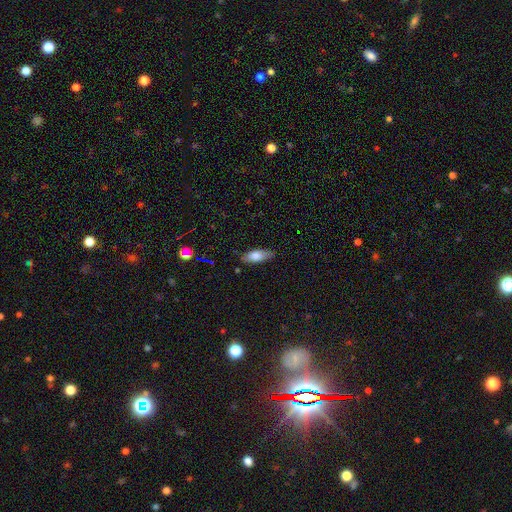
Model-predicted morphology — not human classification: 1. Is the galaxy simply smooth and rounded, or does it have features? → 75% smooth, 18% featured or disk, 7% star or artifact.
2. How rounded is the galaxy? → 71% in between, 26% cigar-shaped, 2% round.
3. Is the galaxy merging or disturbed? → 81% none, 15% minor disturbance, 3% major disturbance, 1% merger.